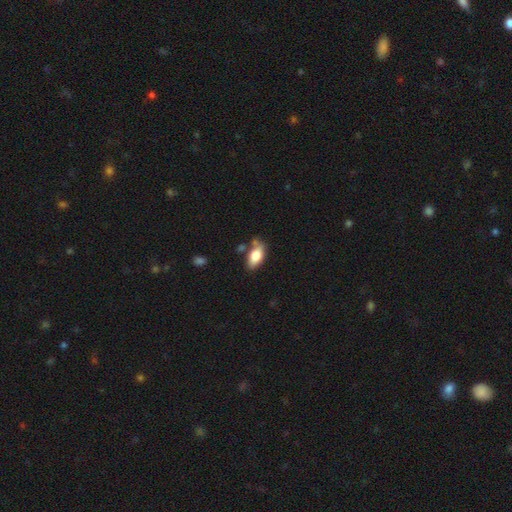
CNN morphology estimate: The model was most divided on "merging": none: 60%, minor disturbance: 22%, merger: 12%, major disturbance: 6%. More confident: how rounded — in between (89%); smooth or featured — smooth (78%).